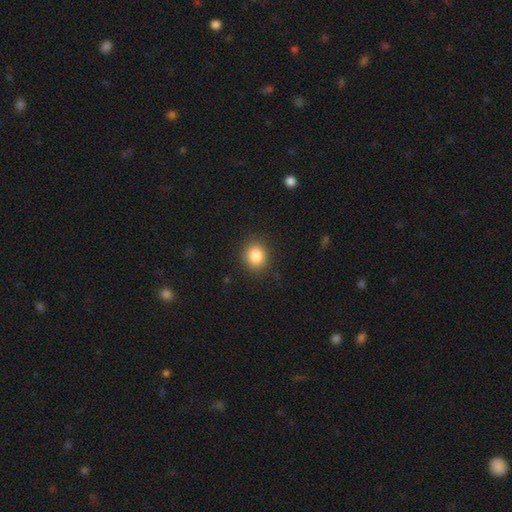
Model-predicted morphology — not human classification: Q: Smooth or featured?
A: smooth (86%); runner-up: star or artifact (10%)
Q: How rounded?
A: round (75%); runner-up: in between (24%)
Q: Merging?
A: none (88%); runner-up: minor disturbance (8%)